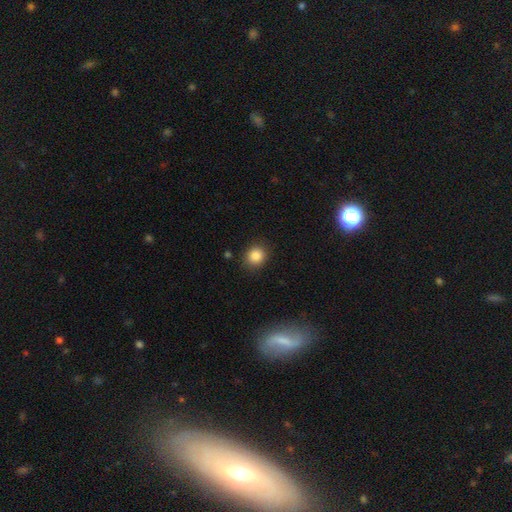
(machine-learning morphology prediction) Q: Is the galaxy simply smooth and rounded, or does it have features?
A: smooth — 86%.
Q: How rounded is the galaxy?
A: round — 77%.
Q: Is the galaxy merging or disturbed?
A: none — 88%.